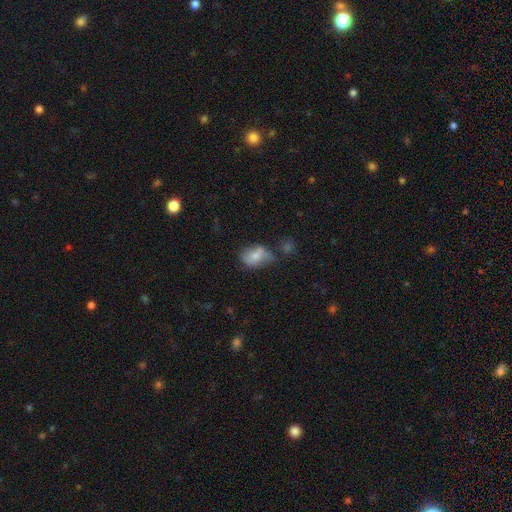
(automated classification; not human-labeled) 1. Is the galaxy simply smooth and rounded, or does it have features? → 66% smooth, 25% featured or disk, 9% star or artifact.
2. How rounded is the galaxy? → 80% in between, 18% round, 2% cigar-shaped.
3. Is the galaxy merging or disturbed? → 43% none, 30% minor disturbance, 14% merger, 13% major disturbance.